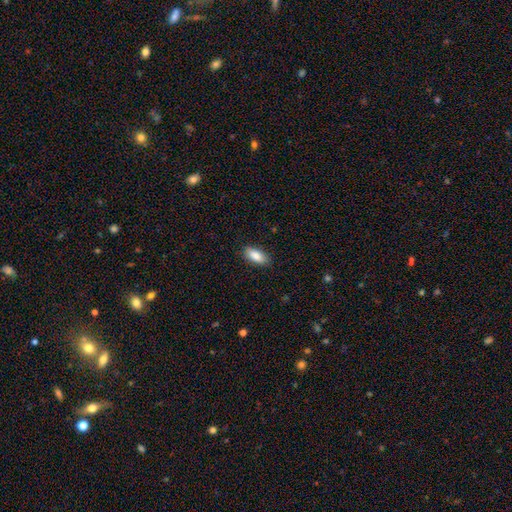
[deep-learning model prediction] Smooth or featured: smooth — 87% (star or artifact — 7%)
How rounded: in between — 87% (cigar-shaped — 10%)
Merging: none — 86% (minor disturbance — 10%)